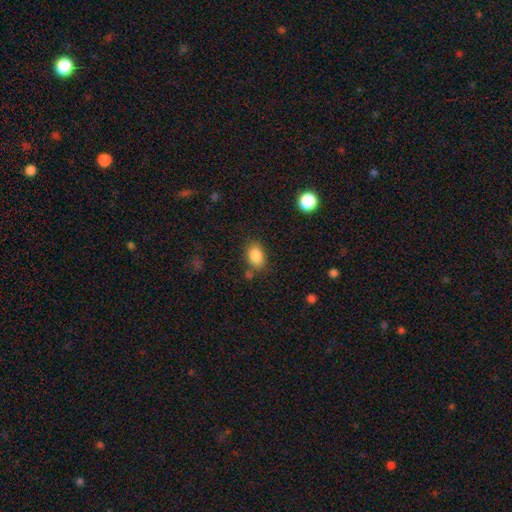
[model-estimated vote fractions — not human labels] Morphology: type=smooth (86%); roundness=in between (79%); merging=none (74%).